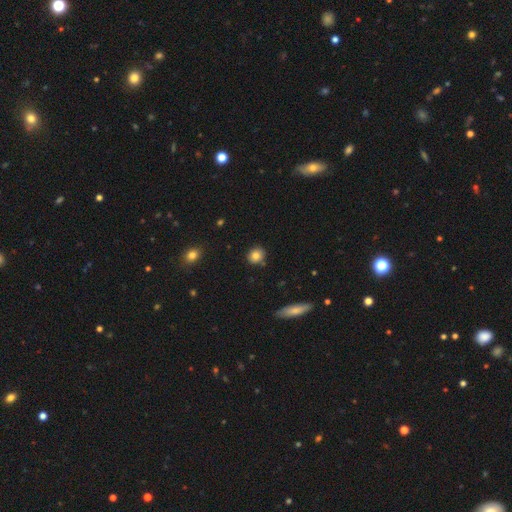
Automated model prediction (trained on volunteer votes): Smooth or featured? smooth (82%)
How rounded? round (84%)
Merging? none (85%)